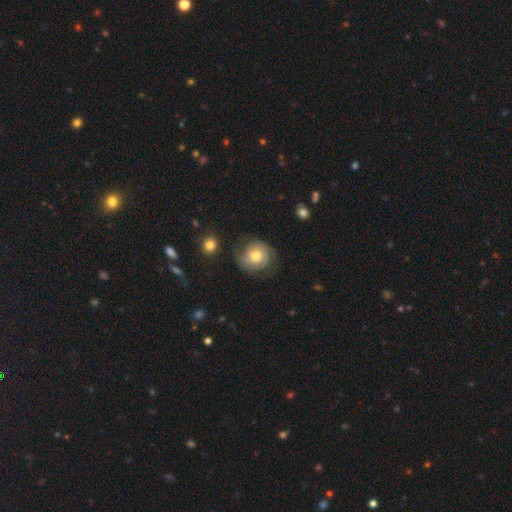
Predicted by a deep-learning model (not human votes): smooth_or_featured: featured or disk (p=0.65) [alt: smooth p=0.28]
disk_edge_on: no (p=0.98) [alt: yes p=0.02]
bar: no (p=0.74) [alt: weak p=0.22]
has_spiral_arms: yes (p=0.91) [alt: no p=0.09]
spiral_winding: tight (p=0.61) [alt: medium p=0.30]
spiral_arm_count: 2 (p=0.45) [alt: can't tell p=0.24]
bulge_size: moderate (p=0.71) [alt: small p=0.18]
merging: none (p=0.73) [alt: minor disturbance p=0.17]